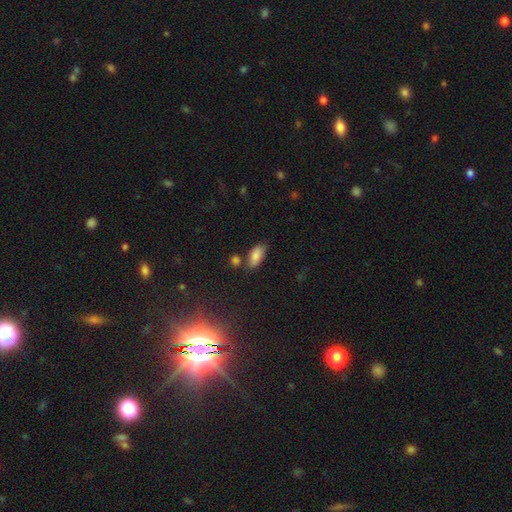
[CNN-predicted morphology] A smooth galaxy with no disk features (84%) that is in between round and cigar-shaped (88%). Merging: none (68%).